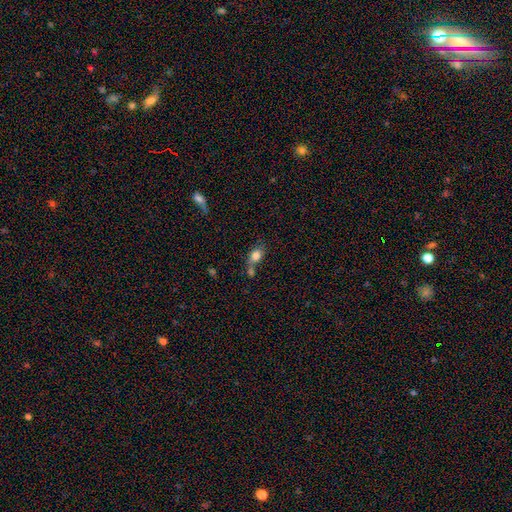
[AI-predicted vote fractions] Smooth or featured?
  - smooth: 80% *
  - featured or disk: 10%
  - star or artifact: 9%
How rounded?
  - in between: 68% *
  - round: 28%
  - cigar-shaped: 3%
Merging?
  - merger: 39% *
  - none: 37%
  - minor disturbance: 15%
  - major disturbance: 8%